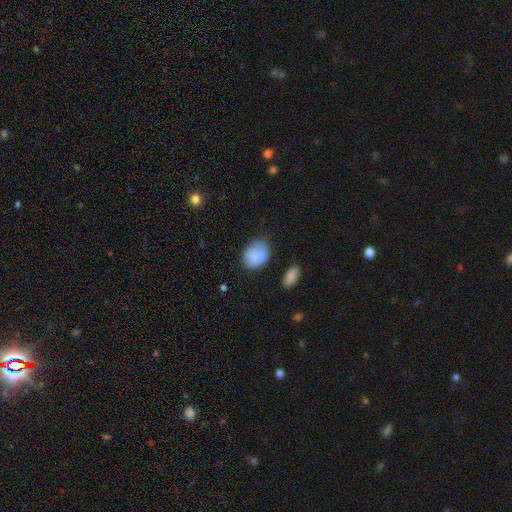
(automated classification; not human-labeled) Smooth or featured? smooth (83%)
How rounded? in between (63%)
Merging? none (58%)